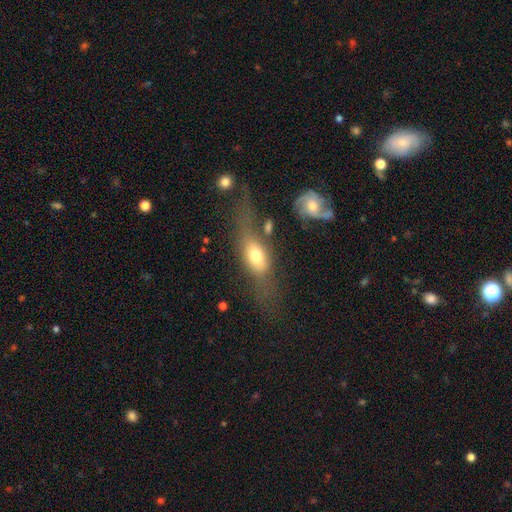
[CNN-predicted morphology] This appears to be a smooth galaxy with no disk features (54%) that is in between round and cigar-shaped (71%). Merging: none (43%).